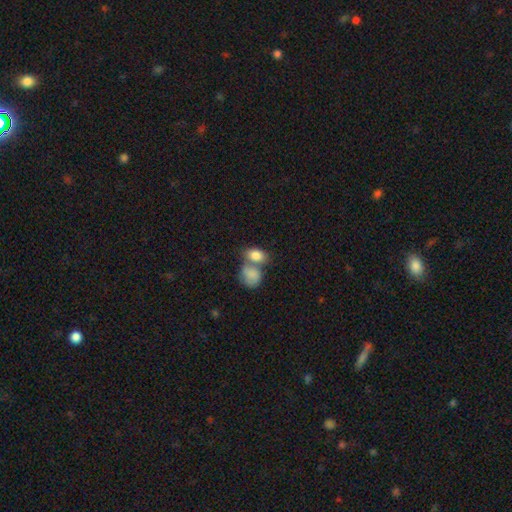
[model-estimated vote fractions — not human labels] Smooth or featured: smooth — 83% (featured or disk — 10%)
How rounded: in between — 79% (round — 20%)
Merging: merger — 56% (none — 29%)